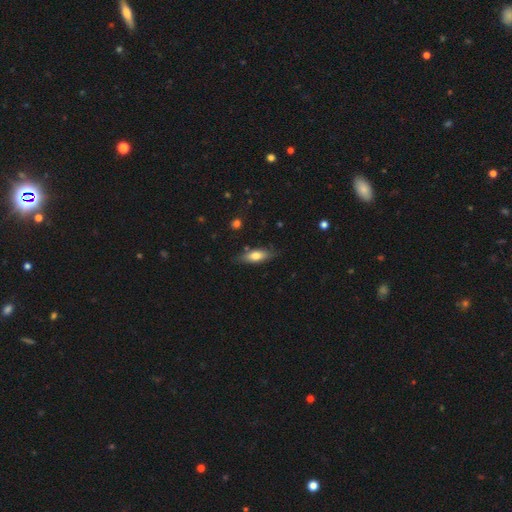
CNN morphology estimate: smooth 68%, featured or disk 25%, star or artifact 7%. Down the decision tree: how rounded — in between (64%); merging — none (78%).